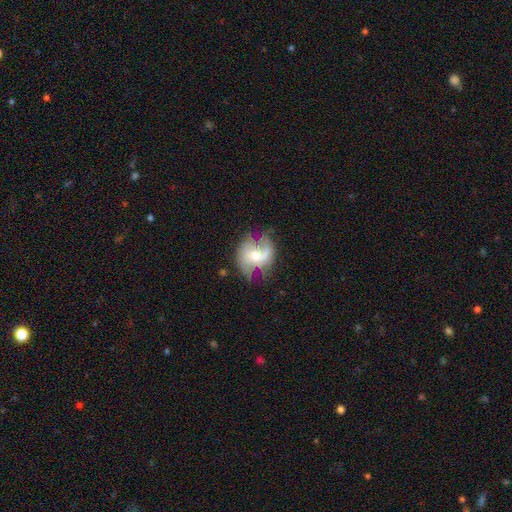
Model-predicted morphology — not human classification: featured or disk 72%, smooth 20%, star or artifact 8%. Down the decision tree: edge-on disk — no (97%); bar — no (59%); spiral arms — yes (88%); spiral arm count — 2 (68%); spiral winding — loose (52%); bulge size — moderate (54%); merging — none (54%).